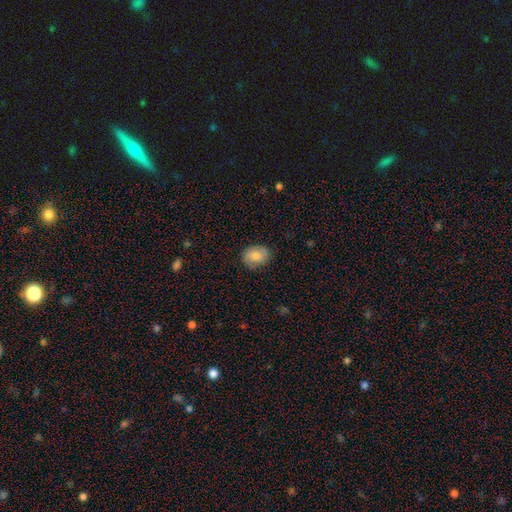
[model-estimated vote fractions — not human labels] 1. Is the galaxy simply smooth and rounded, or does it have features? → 79% smooth, 13% featured or disk, 7% star or artifact.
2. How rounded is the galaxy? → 63% in between, 36% round, 1% cigar-shaped.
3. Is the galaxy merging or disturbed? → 83% none, 13% minor disturbance, 3% major disturbance, 1% merger.